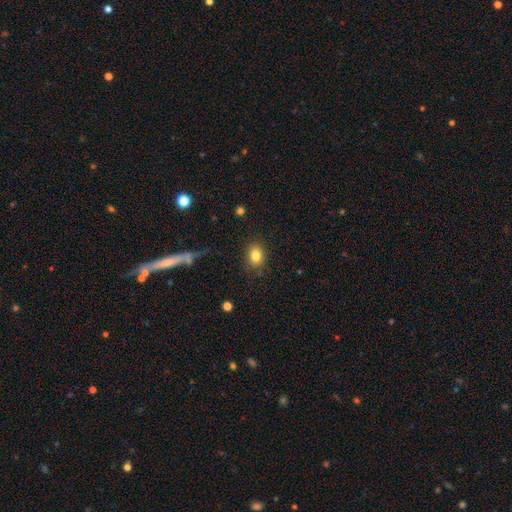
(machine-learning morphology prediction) This appears to be a smooth galaxy with no disk features (82%) that is in between round and cigar-shaped (53%). Merging: none (81%).